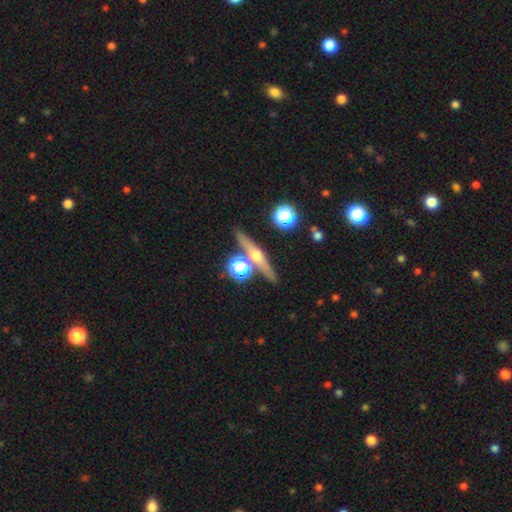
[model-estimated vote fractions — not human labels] Smooth or featured? Predicted: featured or disk (p=0.70). Edge-on disk? Predicted: yes (p=0.96). Edge-on bulge? Predicted: rounded (p=0.93). Merging? Predicted: none (p=0.81).